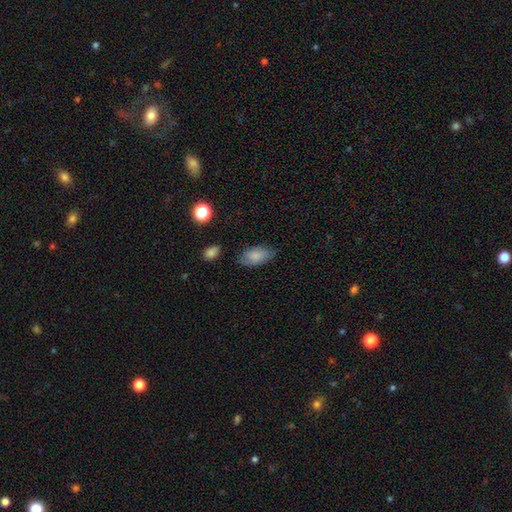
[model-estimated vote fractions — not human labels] A smooth galaxy with no disk features (82%) that is in between round and cigar-shaped (93%). Merging: none (72%).